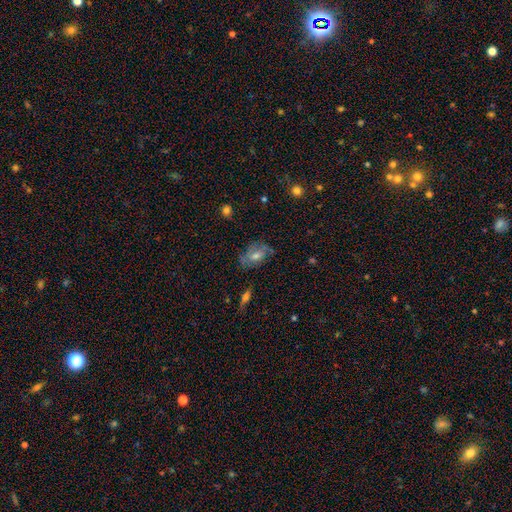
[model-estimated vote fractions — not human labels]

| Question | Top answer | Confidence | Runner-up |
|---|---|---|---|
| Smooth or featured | featured or disk | 56% | smooth (30%) |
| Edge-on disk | no | 92% | yes (8%) |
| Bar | no | 56% | weak (36%) |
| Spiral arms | yes | 73% | no (27%) |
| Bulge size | moderate | 56% | small (34%) |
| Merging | none | 67% | minor disturbance (22%) |